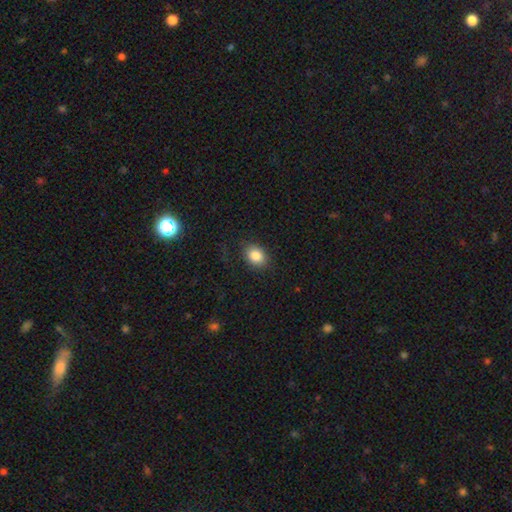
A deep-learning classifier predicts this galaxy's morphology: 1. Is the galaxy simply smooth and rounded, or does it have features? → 84% smooth, 9% star or artifact, 7% featured or disk.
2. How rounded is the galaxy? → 65% in between, 34% round, 1% cigar-shaped.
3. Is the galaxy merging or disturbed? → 84% none, 11% minor disturbance, 4% major disturbance, 1% merger.